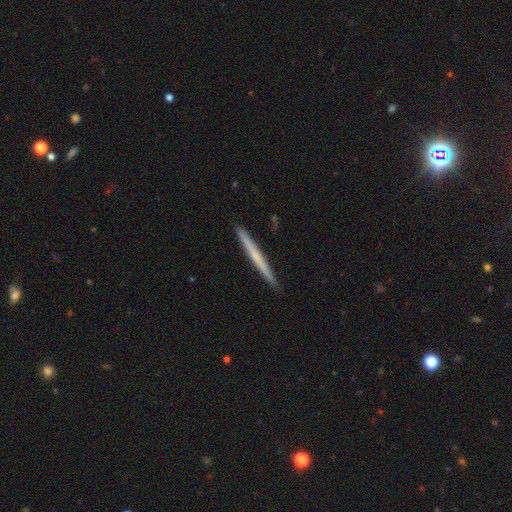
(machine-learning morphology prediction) Smooth or featured? smooth (48%)
Merging? none (92%)